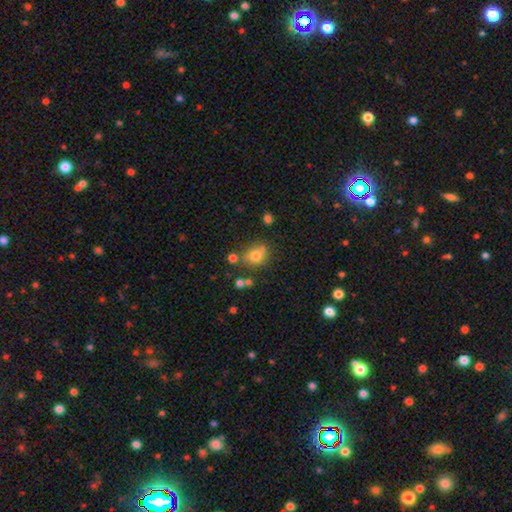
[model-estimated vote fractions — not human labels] Smooth or featured? smooth (75%)
How rounded? round (61%)
Merging? none (60%)